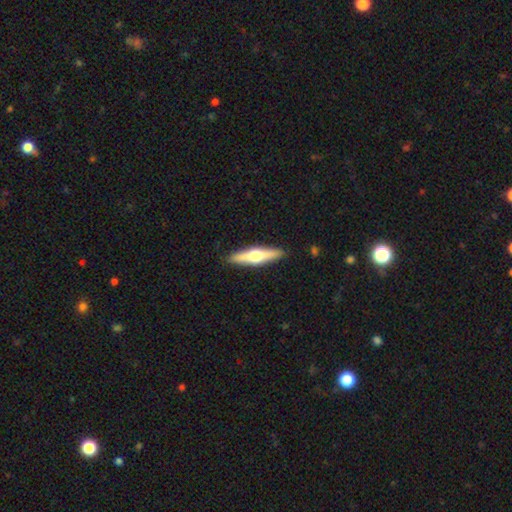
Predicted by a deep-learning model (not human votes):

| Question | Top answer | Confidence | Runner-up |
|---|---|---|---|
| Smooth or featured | featured or disk | 55% | smooth (40%) |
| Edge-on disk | yes | 94% | no (6%) |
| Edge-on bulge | rounded | 94% | boxy (3%) |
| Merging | none | 90% | minor disturbance (7%) |